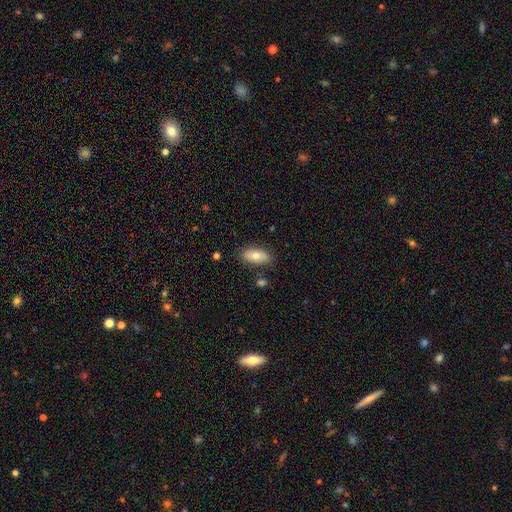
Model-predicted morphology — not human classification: A smooth galaxy with no disk features (78%) that is in between round and cigar-shaped (89%). Merging: none (82%).